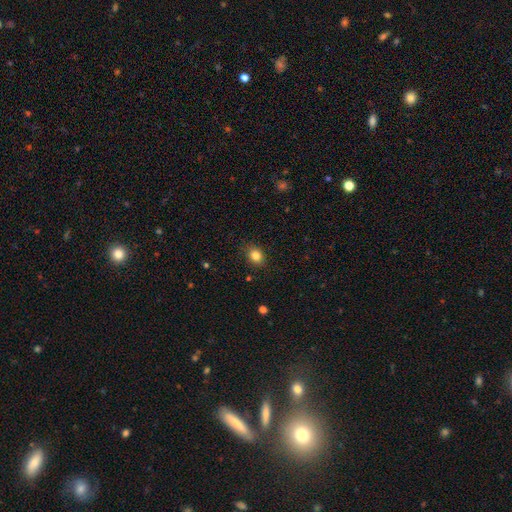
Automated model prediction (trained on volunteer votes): The model was most divided on "how rounded": round: 55%, in between: 44%, cigar-shaped: 1%. More confident: merging — none (86%); smooth or featured — smooth (84%).